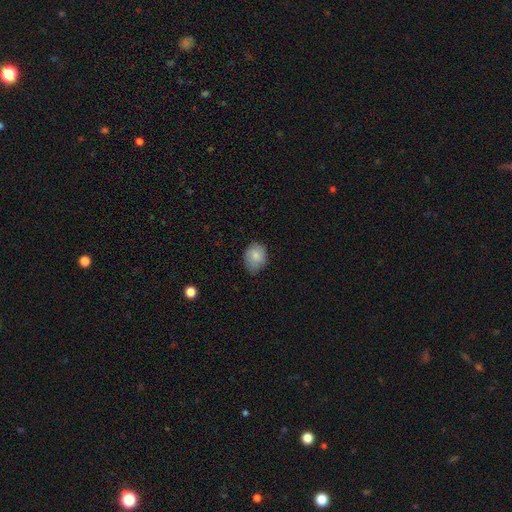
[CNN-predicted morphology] smooth_or_featured: smooth (p=0.83) [alt: featured or disk p=0.10]
how_rounded: in between (p=0.54) [alt: round p=0.45]
merging: none (p=0.68) [alt: minor disturbance p=0.27]